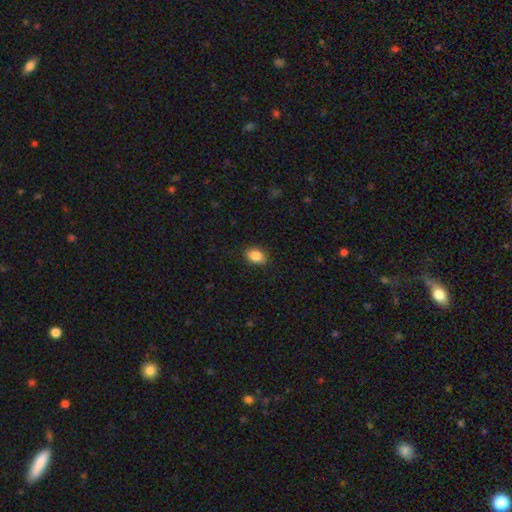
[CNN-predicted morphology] type=smooth (87%); roundness=in between (77%); merging=none (85%).